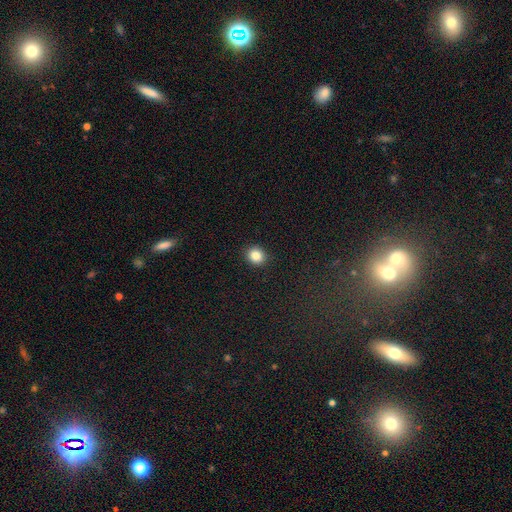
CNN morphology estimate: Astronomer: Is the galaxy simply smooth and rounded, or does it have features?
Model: smooth — 85%.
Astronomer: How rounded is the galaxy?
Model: round — 81%.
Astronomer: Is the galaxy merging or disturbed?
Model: none — 92%.